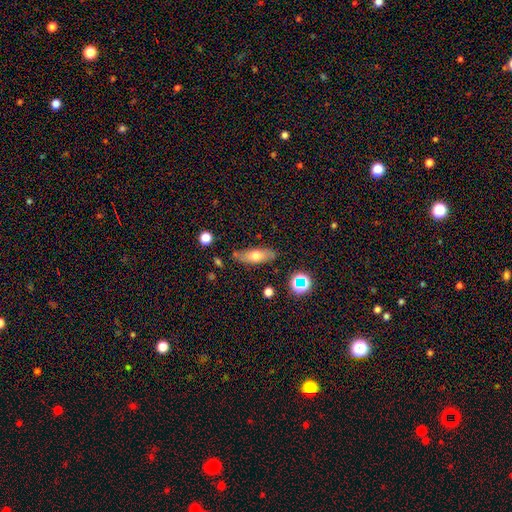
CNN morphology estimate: This appears to be a smooth galaxy with no disk features (62%) that is in between round and cigar-shaped (63%). Merging: none (77%).